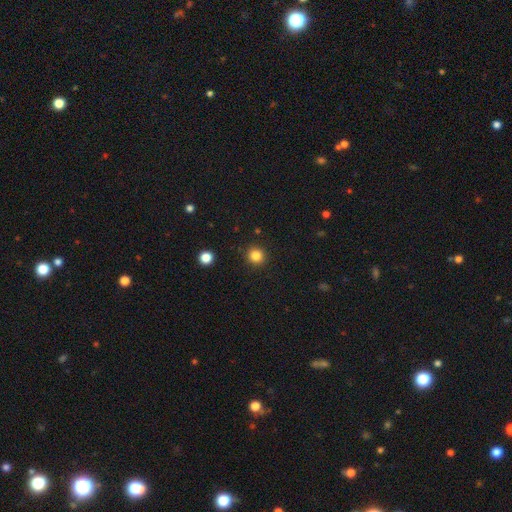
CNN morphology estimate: The model was most divided on "smooth or featured": smooth: 84%, star or artifact: 12%, featured or disk: 4%. More confident: how rounded — round (93%); merging — none (91%).